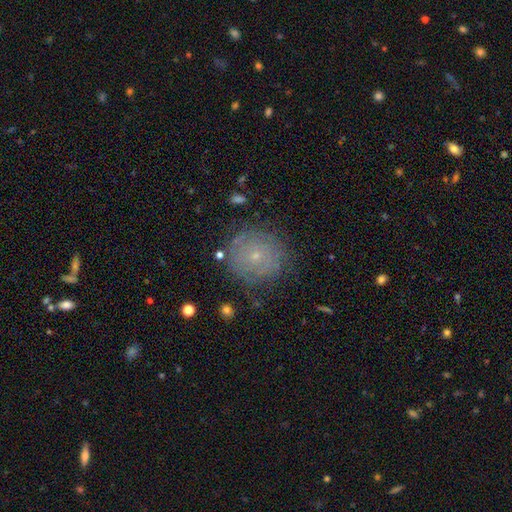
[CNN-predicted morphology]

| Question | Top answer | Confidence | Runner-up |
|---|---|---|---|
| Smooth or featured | smooth | 46% | featured or disk (35%) |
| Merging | none | 81% | minor disturbance (12%) |